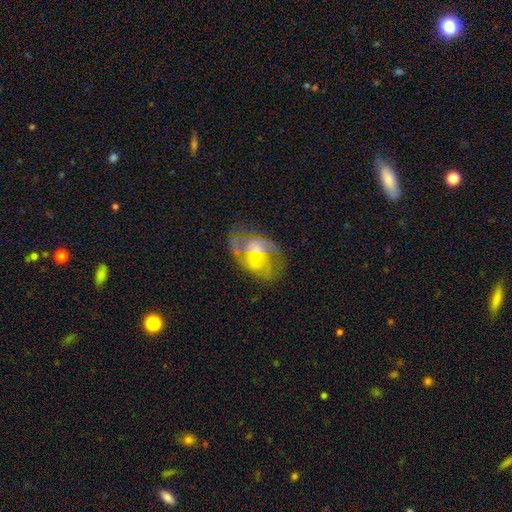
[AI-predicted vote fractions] Smooth or featured? Predicted: featured or disk (p=0.68). Edge-on disk? Predicted: no (p=0.97). Bar? Predicted: no (p=0.56). Spiral arms? Predicted: yes (p=0.74). Bulge size? Predicted: small (p=0.48). Merging? Predicted: none (p=0.47).